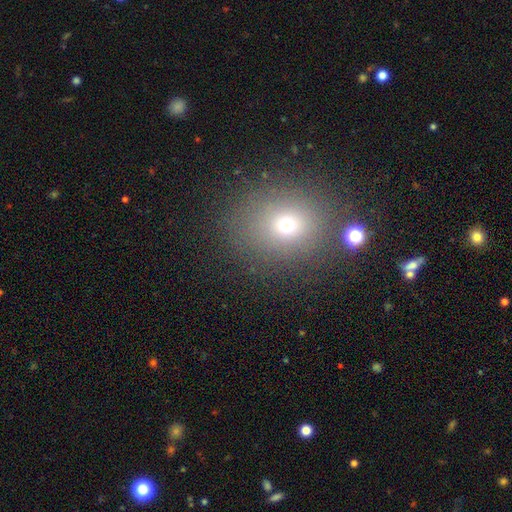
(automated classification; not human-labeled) A smooth galaxy with no disk features (61%) that is round (65%).

Vote fractions:
- Smooth or featured? smooth: 61% / star or artifact: 29% / featured or disk: 10%
- How rounded? round: 65% / in between: 33% / cigar-shaped: 1%
- Merging? none: 86% / minor disturbance: 7% / major disturbance: 3% / merger: 3%